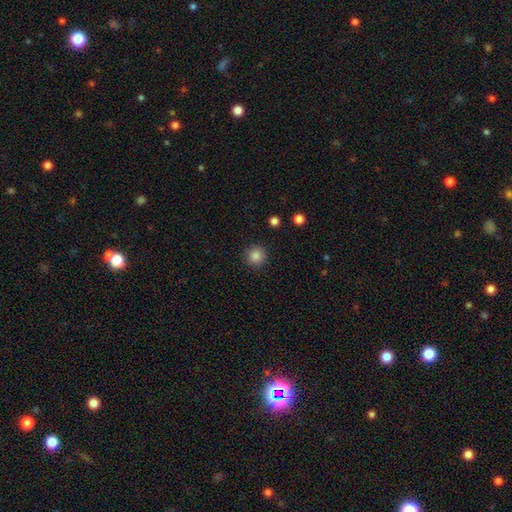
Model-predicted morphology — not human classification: This appears to be a smooth galaxy with no disk features (86%) that is round (94%). Merging: none (91%).